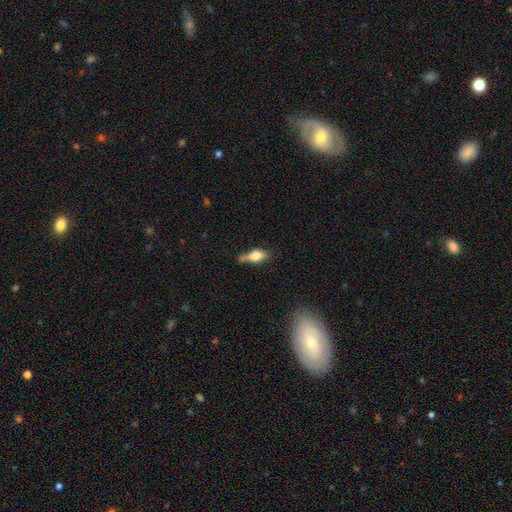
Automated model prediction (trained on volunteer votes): This appears to be a smooth galaxy with no disk features (59%) that is in between round and cigar-shaped (62%). Merging: none (44%).